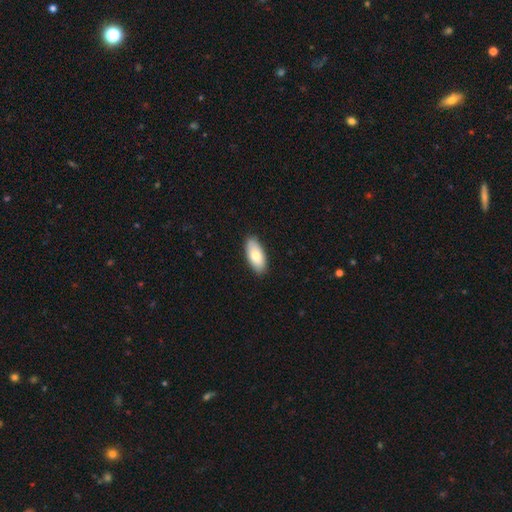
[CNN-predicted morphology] Smooth or featured? smooth (78%)
How rounded? in between (89%)
Merging? none (87%)